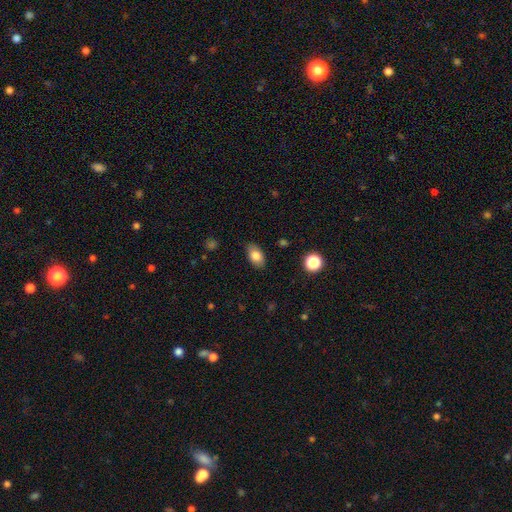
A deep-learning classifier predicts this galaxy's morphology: smooth 81%, featured or disk 11%, star or artifact 8%. Down the decision tree: how rounded — in between (89%); merging — none (82%).